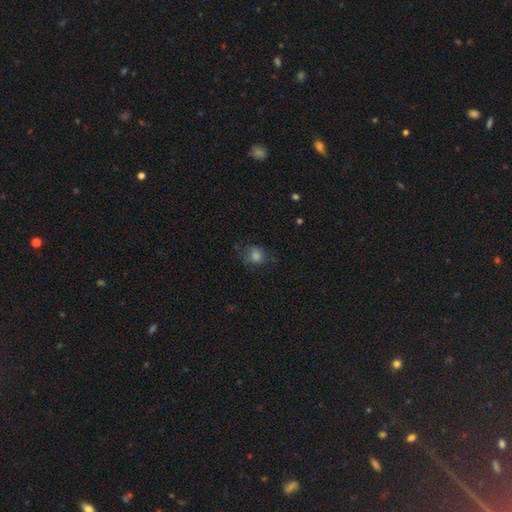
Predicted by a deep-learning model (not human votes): This is likely a smooth galaxy (70%). How rounded: likely round (71%). Merging: likely none (62%).